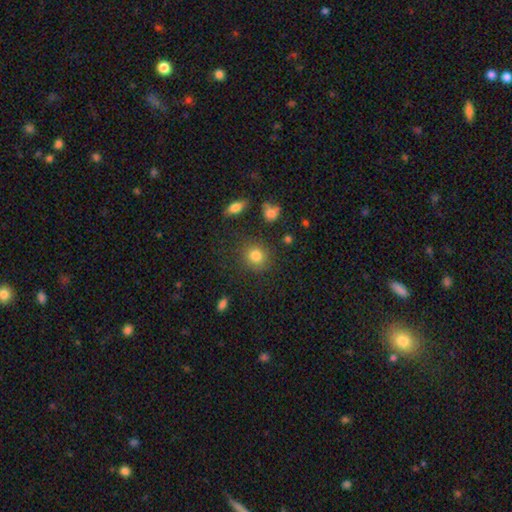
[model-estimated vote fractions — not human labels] Smooth or featured? smooth (81%)
How rounded? round (81%)
Merging? none (82%)